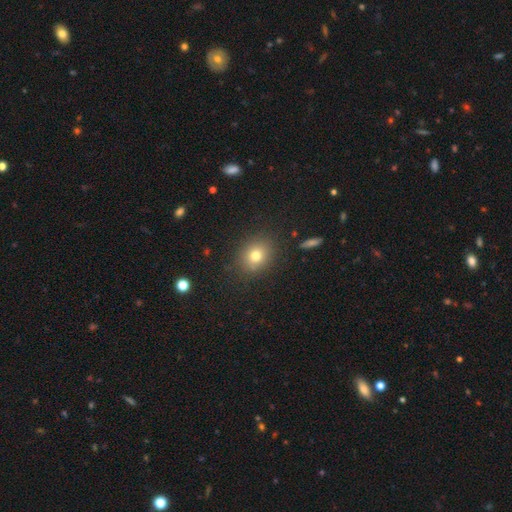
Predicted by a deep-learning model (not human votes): Smooth or featured?
  - smooth: 76% *
  - star or artifact: 13%
  - featured or disk: 11%
How rounded?
  - round: 64% *
  - in between: 35%
  - cigar-shaped: 1%
Merging?
  - none: 85% *
  - minor disturbance: 10%
  - major disturbance: 3%
  - merger: 2%